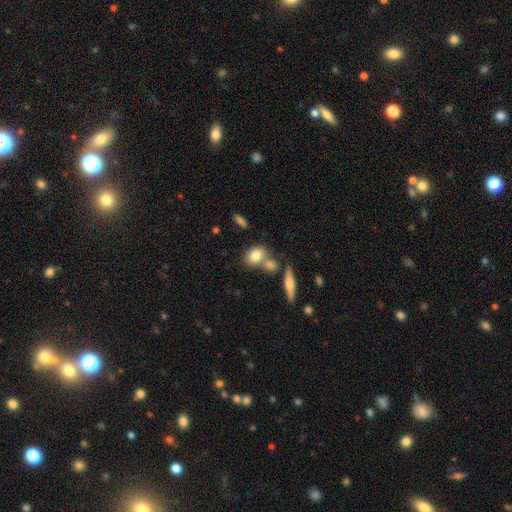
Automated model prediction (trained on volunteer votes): Q: Smooth or featured?
A: smooth (79%); runner-up: featured or disk (13%)
Q: How rounded?
A: in between (63%); runner-up: round (32%)
Q: Merging?
A: none (52%); runner-up: merger (32%)